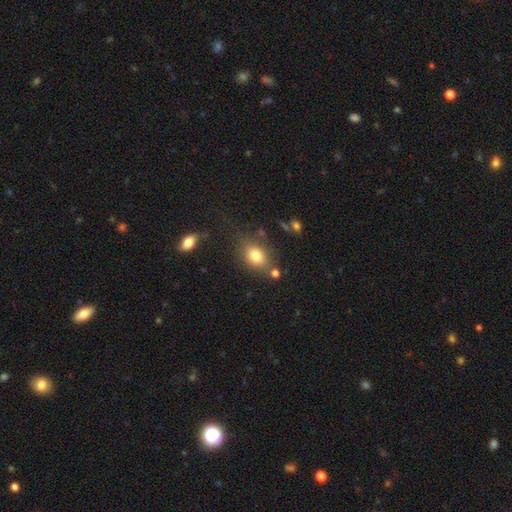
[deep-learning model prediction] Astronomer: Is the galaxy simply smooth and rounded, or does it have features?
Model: smooth — 79%.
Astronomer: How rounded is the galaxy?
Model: in between — 70%.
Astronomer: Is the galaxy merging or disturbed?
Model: none — 68%.